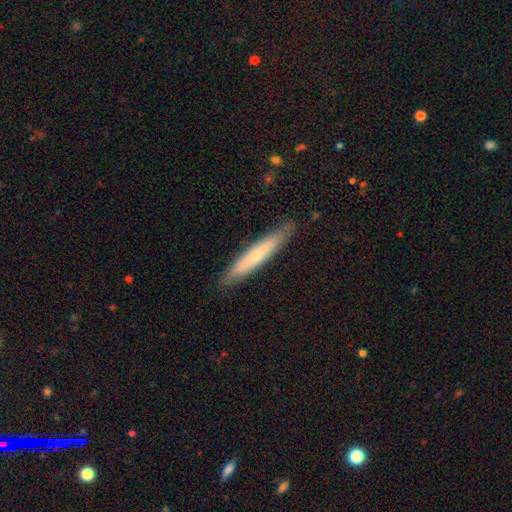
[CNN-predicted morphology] Smooth or featured? smooth (52%)
How rounded? cigar-shaped (92%)
Merging? none (88%)